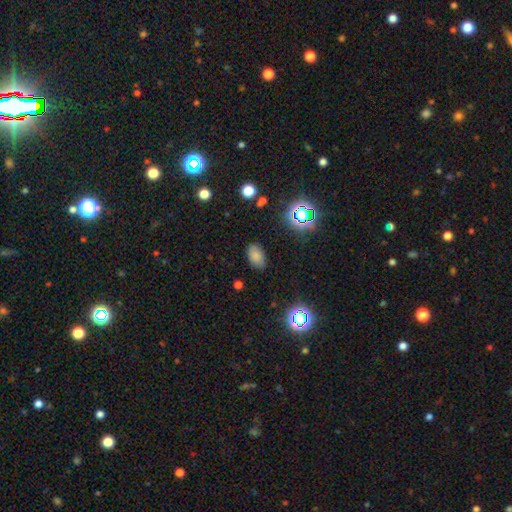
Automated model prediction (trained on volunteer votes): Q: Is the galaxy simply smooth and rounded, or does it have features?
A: smooth — 77%.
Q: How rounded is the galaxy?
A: in between — 91%.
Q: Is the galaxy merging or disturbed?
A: none — 82%.